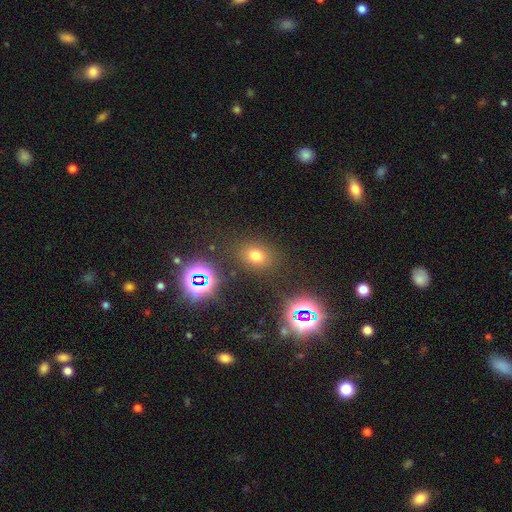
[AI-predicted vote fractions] smooth-or-featured: smooth: 67% | star or artifact: 25% | featured or disk: 9%
  how-rounded: in between: 52% | round: 47% | cigar-shaped: 1%
  merging: none: 82% | minor disturbance: 10% | major disturbance: 4% | merger: 3%